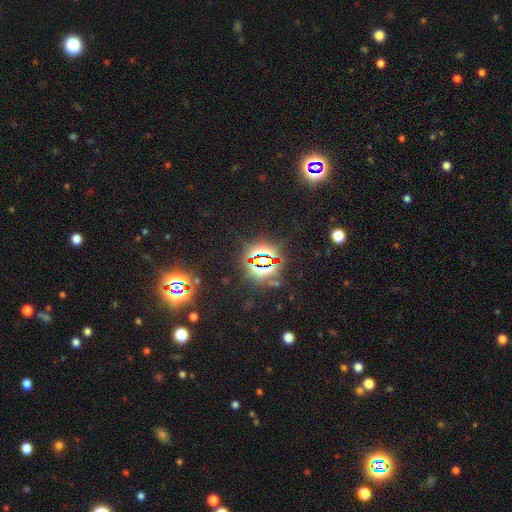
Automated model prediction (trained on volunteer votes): Morphology: type=star or artifact (82%).